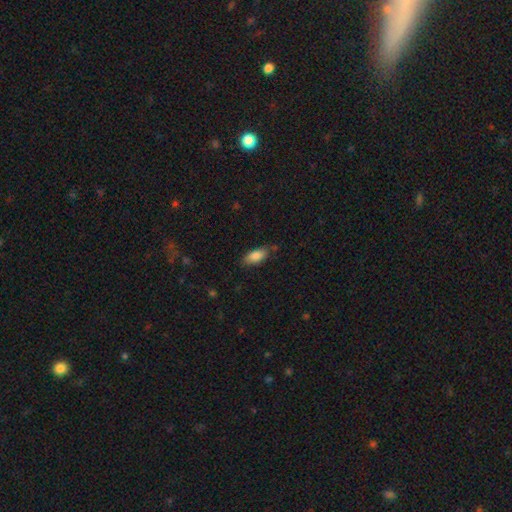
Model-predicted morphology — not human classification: Q: Smooth or featured?
A: smooth (85%); runner-up: featured or disk (8%)
Q: How rounded?
A: in between (86%); runner-up: cigar-shaped (11%)
Q: Merging?
A: none (73%); runner-up: minor disturbance (21%)